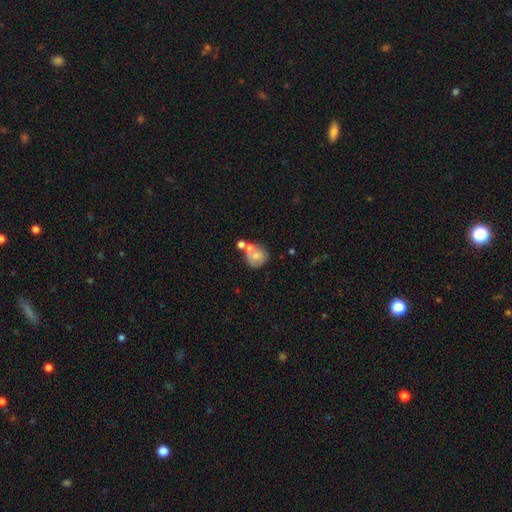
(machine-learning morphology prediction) Smooth or featured? smooth (60%)
How rounded? round (76%)
Merging? none (41%)